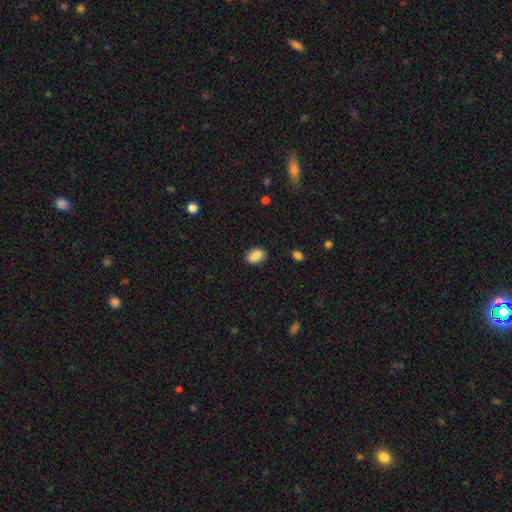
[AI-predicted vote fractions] A smooth galaxy with no disk features (88%) that is in between round and cigar-shaped (79%). Merging: none (83%).